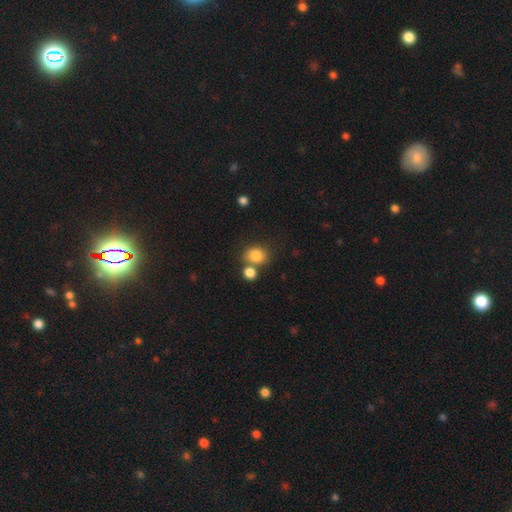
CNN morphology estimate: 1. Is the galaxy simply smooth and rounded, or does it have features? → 84% smooth, 10% star or artifact, 6% featured or disk.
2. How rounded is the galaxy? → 61% round, 38% in between, 1% cigar-shaped.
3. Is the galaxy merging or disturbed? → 57% none, 28% merger, 11% minor disturbance, 4% major disturbance.